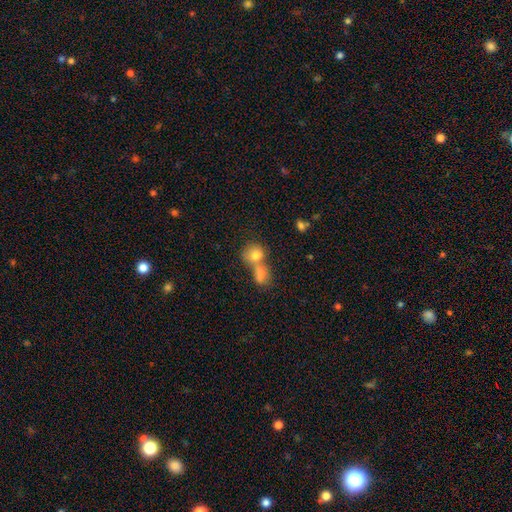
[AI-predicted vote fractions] Overall: smooth (77%). How rounded: round (69%; in between 30%). Merging: merger (59%; none 31%).